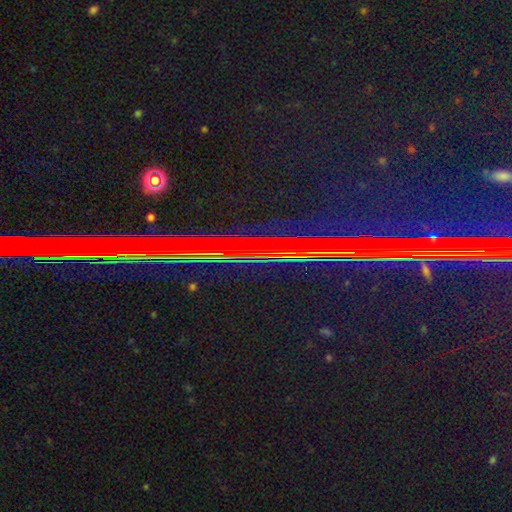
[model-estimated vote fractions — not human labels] A star or artifact, not a galaxy (83%).

Vote fractions:
- Smooth or featured? star or artifact: 83% / featured or disk: 9% / smooth: 8%